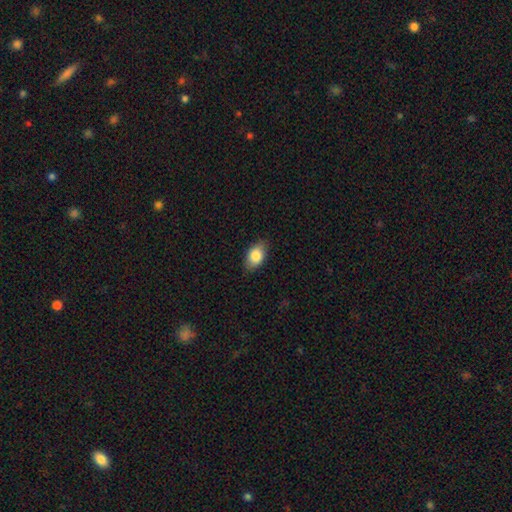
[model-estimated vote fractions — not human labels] Smooth or featured? smooth (84%)
How rounded? in between (89%)
Merging? none (84%)